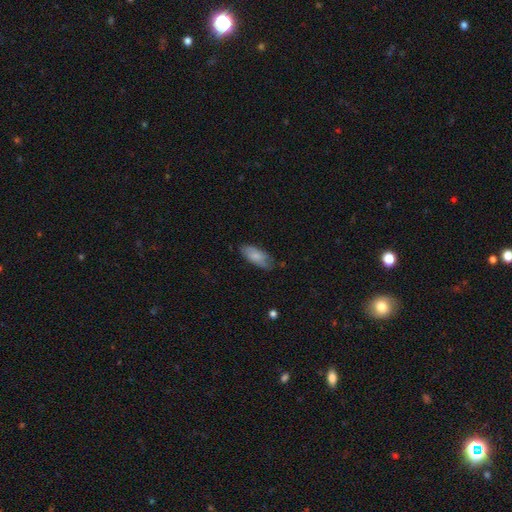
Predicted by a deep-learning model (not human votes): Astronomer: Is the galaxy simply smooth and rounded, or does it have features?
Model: smooth — 78%.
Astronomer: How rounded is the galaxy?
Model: in between — 81%.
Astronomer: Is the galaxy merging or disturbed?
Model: none — 70%.